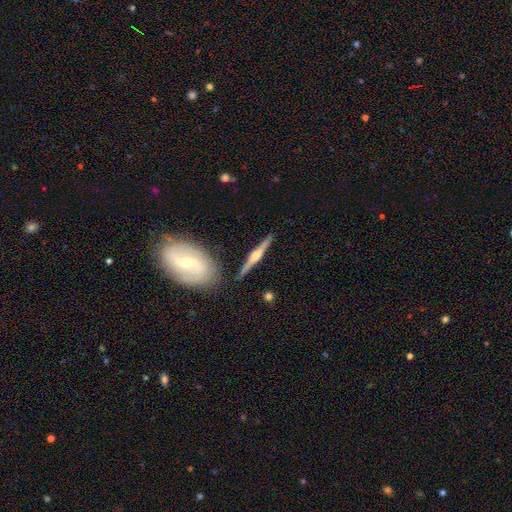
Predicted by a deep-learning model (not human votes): The model was most divided on "smooth or featured": featured or disk: 76%, smooth: 18%, star or artifact: 5%. More confident: edge-on disk — yes (97%); merging — none (86%); edge-on bulge — rounded (81%).